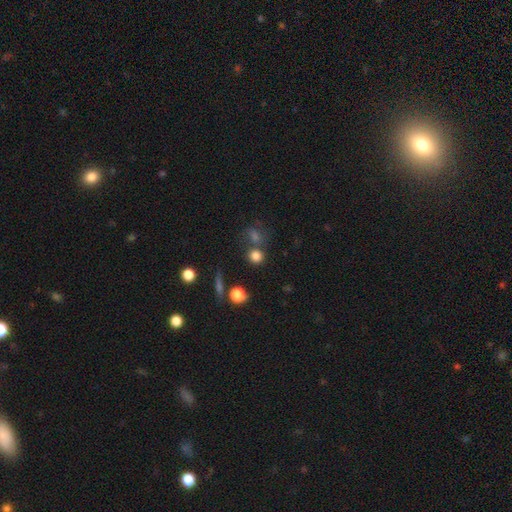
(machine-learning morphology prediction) Q: Smooth or featured?
A: smooth (78%); runner-up: star or artifact (15%)
Q: How rounded?
A: round (82%); runner-up: in between (16%)
Q: Merging?
A: none (63%); runner-up: merger (20%)